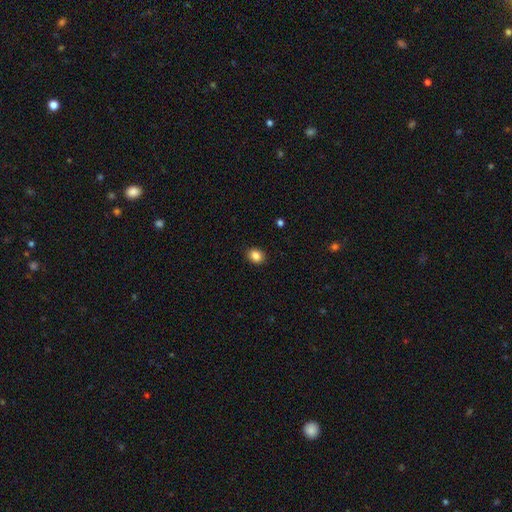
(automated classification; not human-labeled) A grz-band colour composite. It shows a smooth galaxy with no disk features (86%) that is round (51%). Merging: none (90%).